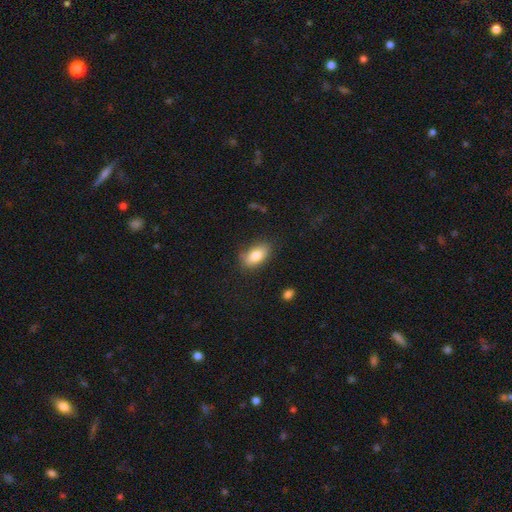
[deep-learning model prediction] Q: Smooth or featured?
A: smooth (82%); runner-up: featured or disk (11%)
Q: How rounded?
A: in between (90%); runner-up: round (6%)
Q: Merging?
A: none (79%); runner-up: minor disturbance (15%)